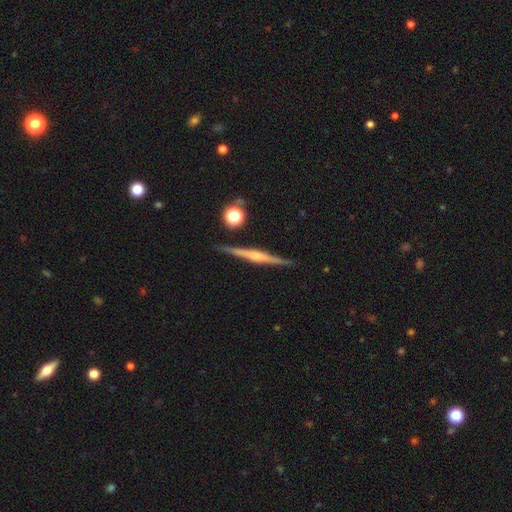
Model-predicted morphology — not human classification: The model was most divided on "edge-on bulge": rounded: 72%, boxy: 17%, none: 11%. More confident: edge-on disk — yes (98%); merging — none (90%); smooth or featured — featured or disk (78%).